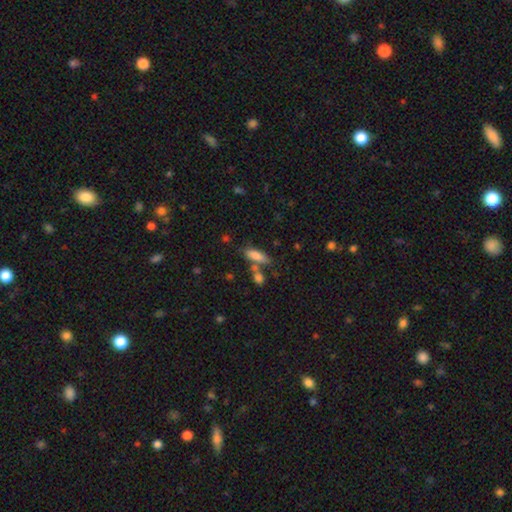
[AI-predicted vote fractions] This is clearly a smooth galaxy (81%). How rounded: possibly in between (60%). Merging: possibly none (58%).